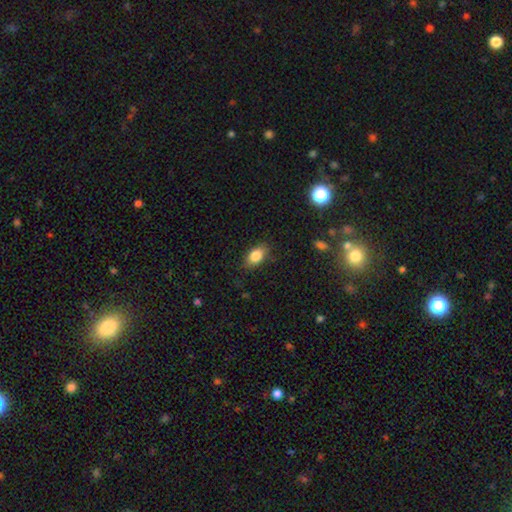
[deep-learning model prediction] Smooth or featured? Predicted: smooth (p=0.84). How rounded? Predicted: in between (p=0.86). Merging? Predicted: none (p=0.80).